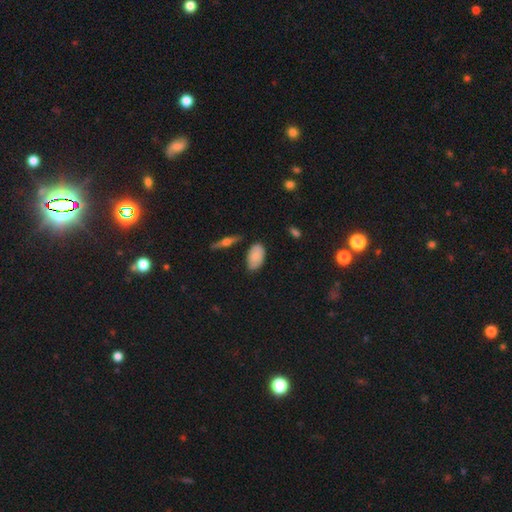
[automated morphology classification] type=smooth (74%); roundness=in between (92%); merging=none (71%).